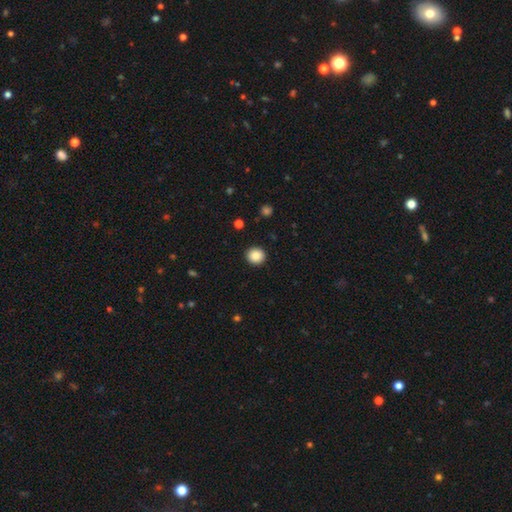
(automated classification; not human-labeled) Smooth or featured? Predicted: smooth (p=0.88). How rounded? Predicted: round (p=0.91). Merging? Predicted: none (p=0.92).